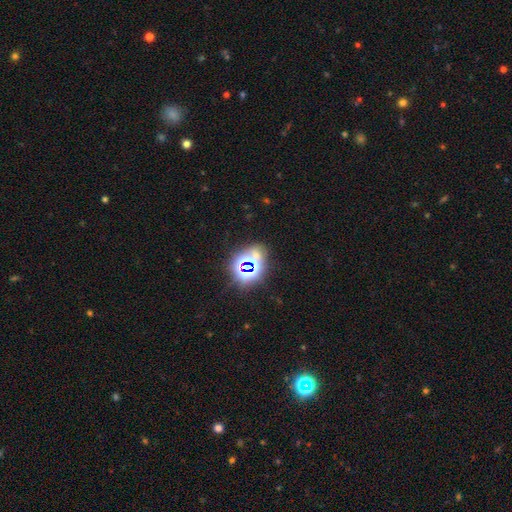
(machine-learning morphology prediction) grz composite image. It shows a star or artifact, not a galaxy (68%).